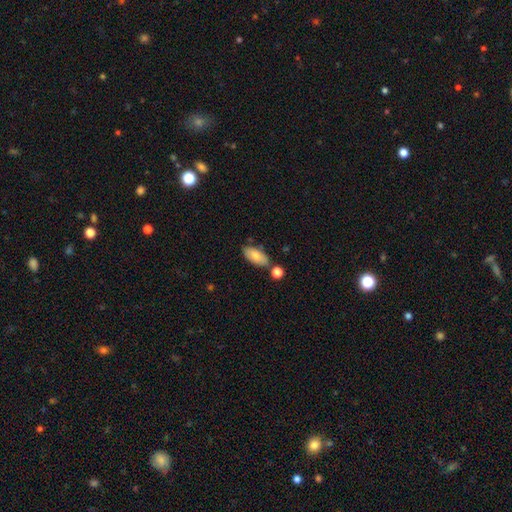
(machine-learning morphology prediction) Smooth or featured? Predicted: smooth (p=0.77). How rounded? Predicted: in between (p=0.91). Merging? Predicted: none (p=0.70).